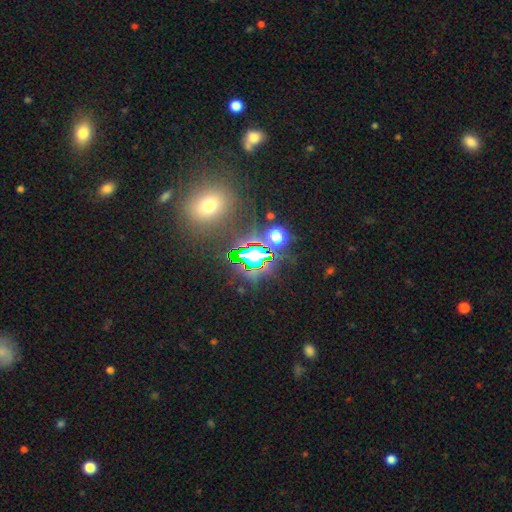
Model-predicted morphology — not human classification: This appears to be a star or artifact, not a galaxy (73%).